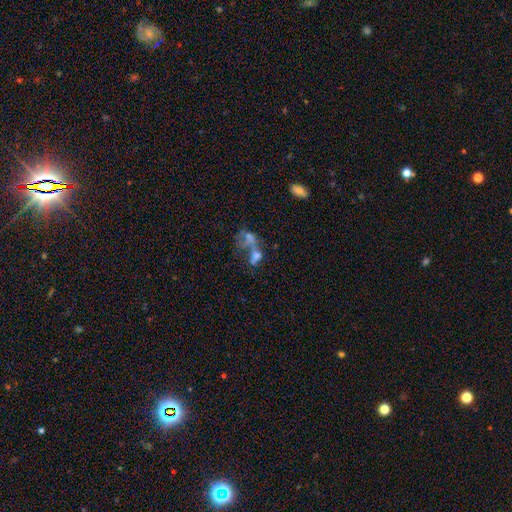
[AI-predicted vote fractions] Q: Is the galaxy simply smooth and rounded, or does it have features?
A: featured or disk — 41%.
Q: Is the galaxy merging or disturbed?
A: merger — 52%.